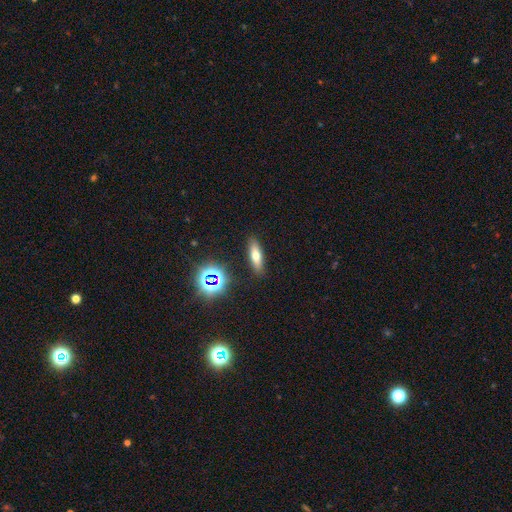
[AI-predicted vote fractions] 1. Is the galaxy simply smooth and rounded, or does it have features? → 63% smooth, 22% featured or disk, 14% star or artifact.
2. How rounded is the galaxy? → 53% cigar-shaped, 42% in between, 5% round.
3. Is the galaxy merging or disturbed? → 88% none, 8% minor disturbance, 2% major disturbance, 2% merger.